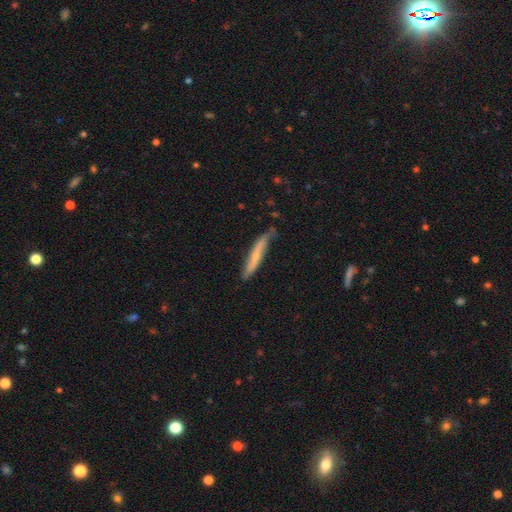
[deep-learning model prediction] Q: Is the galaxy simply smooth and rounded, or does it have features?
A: smooth — 54%.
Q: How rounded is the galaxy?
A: cigar-shaped — 93%.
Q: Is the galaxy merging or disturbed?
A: none — 65%.